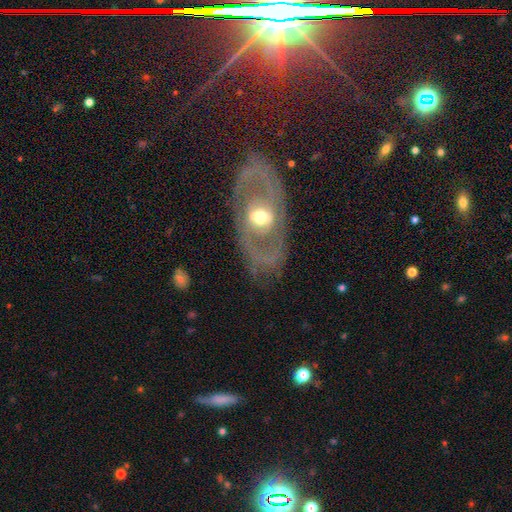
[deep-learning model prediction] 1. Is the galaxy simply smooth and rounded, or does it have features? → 82% featured or disk, 12% smooth, 6% star or artifact.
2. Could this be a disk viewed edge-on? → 93% no, 7% yes.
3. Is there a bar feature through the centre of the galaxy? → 66% no, 25% weak, 10% strong.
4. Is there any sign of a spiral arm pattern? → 76% yes, 24% no.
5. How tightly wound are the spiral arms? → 43% medium, 37% tight, 20% loose.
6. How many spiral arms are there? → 78% 2, 13% can't tell, 3% 1, 3% 3, 2% 4, 2% more than 4.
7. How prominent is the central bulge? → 72% moderate, 18% small, 7% large, 1% dominant, 1% none.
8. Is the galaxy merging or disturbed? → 78% none, 14% minor disturbance, 7% major disturbance, 2% merger.